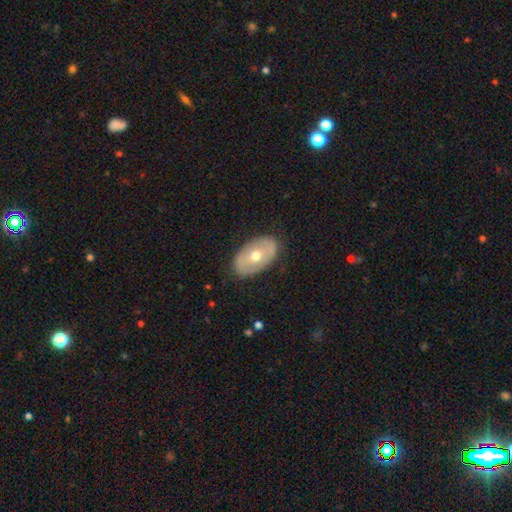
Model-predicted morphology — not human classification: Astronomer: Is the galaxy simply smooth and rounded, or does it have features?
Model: smooth — 48% (runner-up: featured or disk, 46%).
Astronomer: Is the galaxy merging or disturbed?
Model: none — 84%.